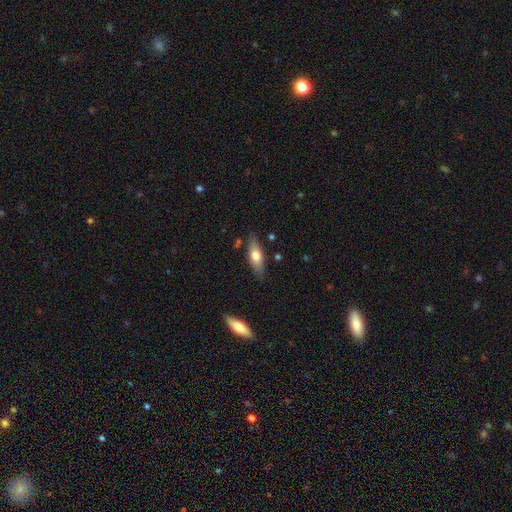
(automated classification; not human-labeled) This is possibly a smooth galaxy (60%). How rounded: possibly in between (57%). Merging: clearly none (81%).